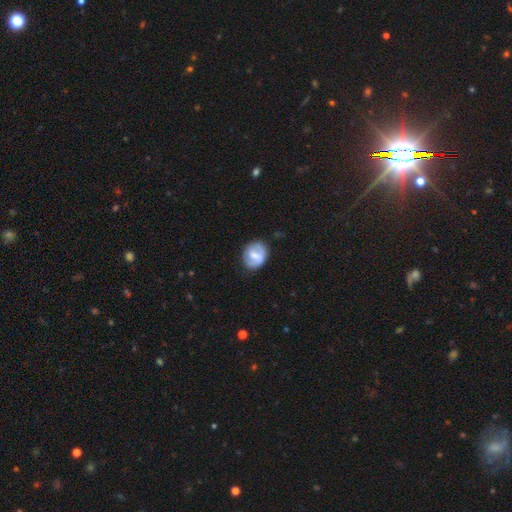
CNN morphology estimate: Smooth or featured: smooth — 57% (featured or disk — 36%)
How rounded: round — 64% (in between — 35%)
Merging: none — 75% (minor disturbance — 18%)